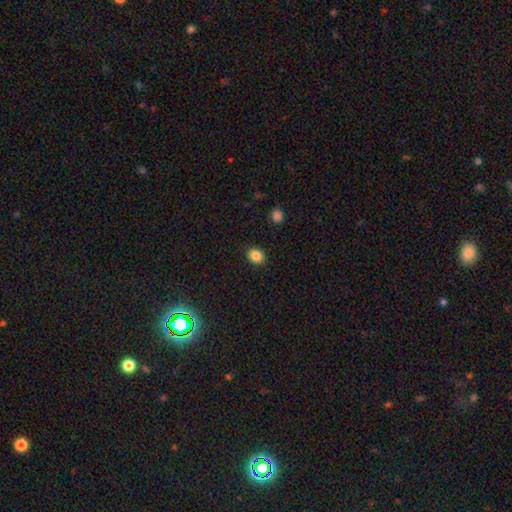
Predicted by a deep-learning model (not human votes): Overall: smooth (85%). How rounded: round (63%; in between 36%). Merging: none (90%).